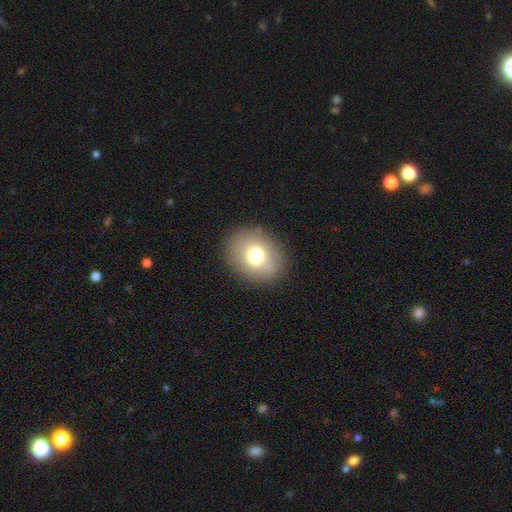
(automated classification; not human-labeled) The model was most divided on "how rounded": round: 58%, in between: 41%, cigar-shaped: 1%. More confident: merging — none (87%); smooth or featured — smooth (73%).